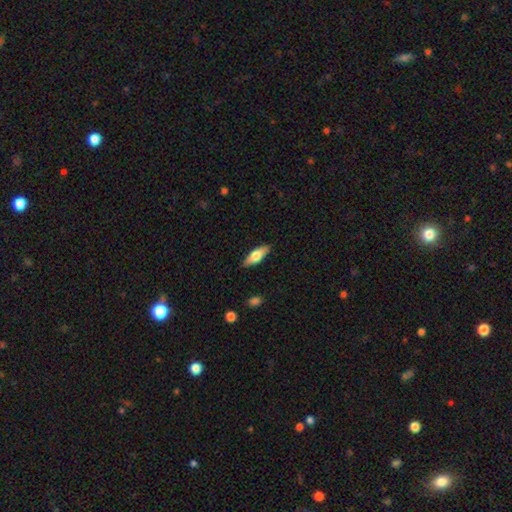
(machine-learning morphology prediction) smooth 64%, featured or disk 31%, star or artifact 6%. Down the decision tree: how rounded — in between (63%); merging — none (86%).